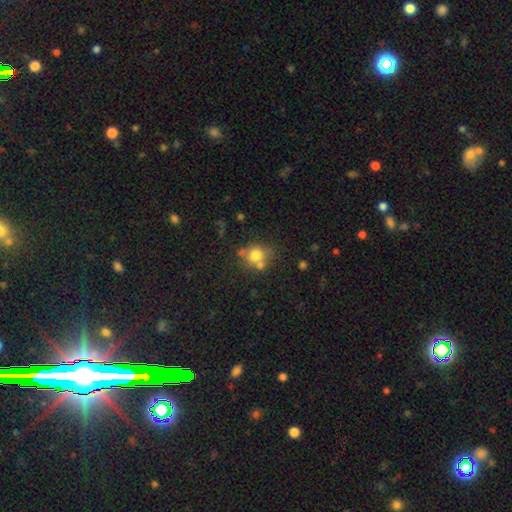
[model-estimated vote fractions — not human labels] A smooth galaxy with no disk features (72%) that is round (76%).

Vote fractions:
- Smooth or featured? smooth: 72% / featured or disk: 15% / star or artifact: 13%
- How rounded? round: 76% / in between: 23% / cigar-shaped: 1%
- Merging? none: 55% / merger: 25% / minor disturbance: 14% / major disturbance: 6%